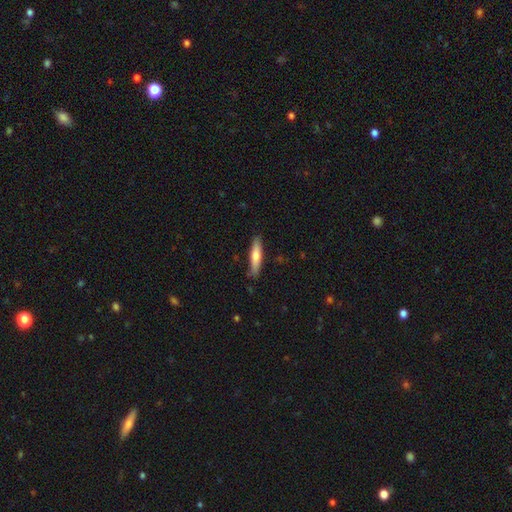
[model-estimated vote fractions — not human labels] This appears to be a smooth galaxy with no disk features (65%) that is cigar-shaped (84%). Merging: none (85%).